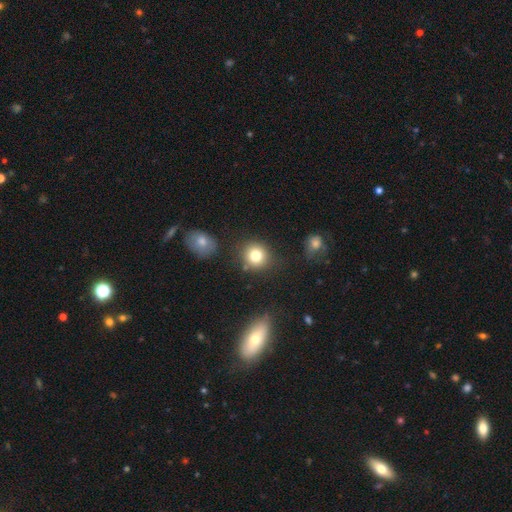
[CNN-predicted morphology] The model was most divided on "smooth or featured": smooth: 80%, star or artifact: 11%, featured or disk: 9%. More confident: how rounded — round (87%); merging — none (80%).